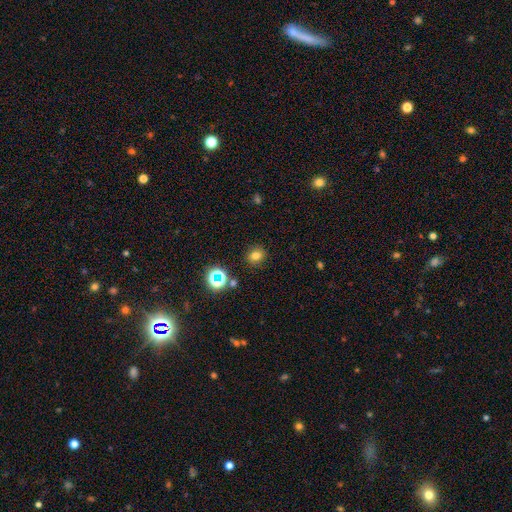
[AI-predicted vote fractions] This is likely a smooth galaxy (74%). How rounded: likely round (80%). Merging: clearly none (88%).